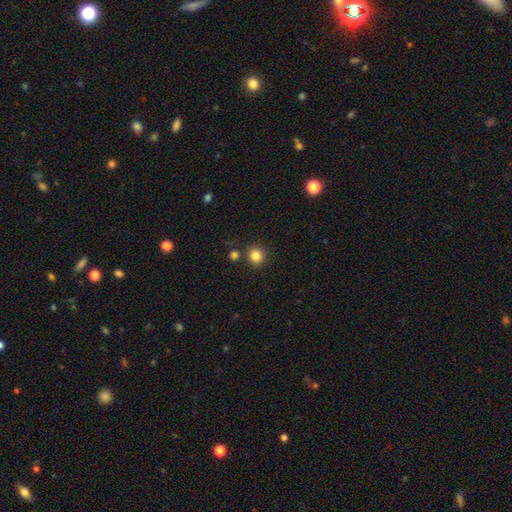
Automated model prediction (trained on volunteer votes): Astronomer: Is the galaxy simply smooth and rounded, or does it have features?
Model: smooth — 84%.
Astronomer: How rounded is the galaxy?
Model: round — 89%.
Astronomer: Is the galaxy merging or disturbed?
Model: none — 85%.